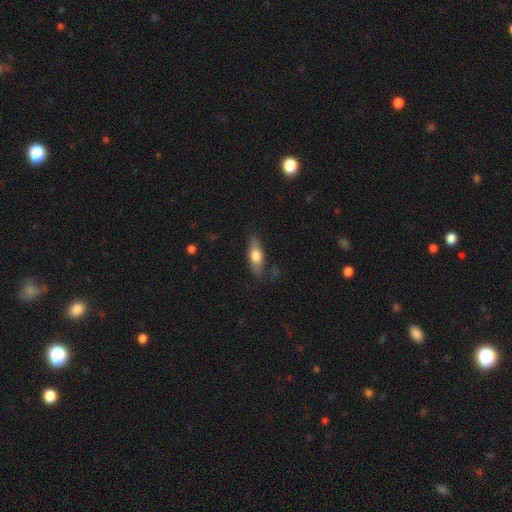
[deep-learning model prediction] smooth-or-featured: smooth: 71% | featured or disk: 23% | star or artifact: 6%
  how-rounded: in between: 67% | cigar-shaped: 30% | round: 3%
  merging: none: 77% | minor disturbance: 16% | major disturbance: 4% | merger: 2%